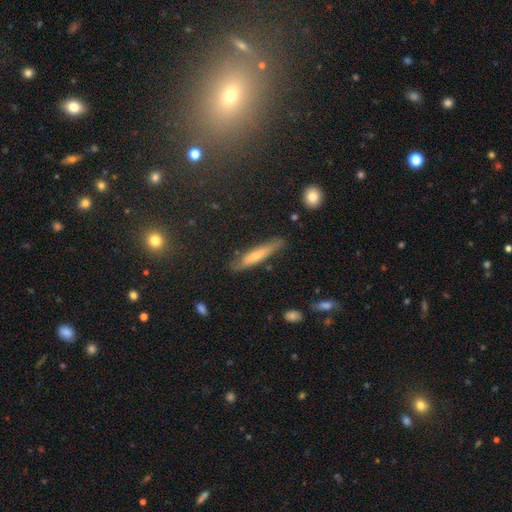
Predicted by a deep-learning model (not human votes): Smooth or featured: smooth — 59% (featured or disk — 34%)
How rounded: cigar-shaped — 89% (in between — 10%)
Merging: none — 75% (minor disturbance — 18%)